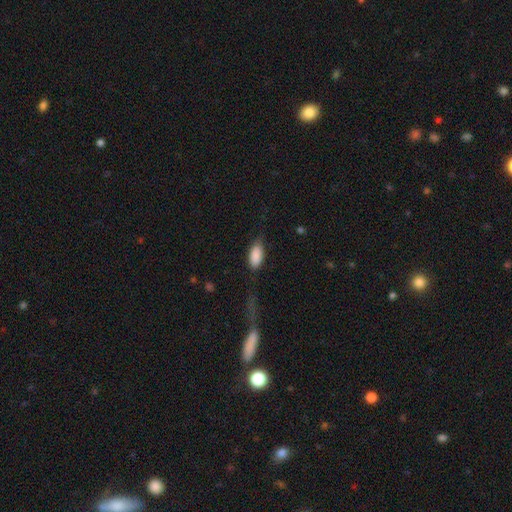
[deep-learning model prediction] This appears to be a smooth galaxy with no disk features (88%) that is in between round and cigar-shaped (91%). Merging: none (65%).